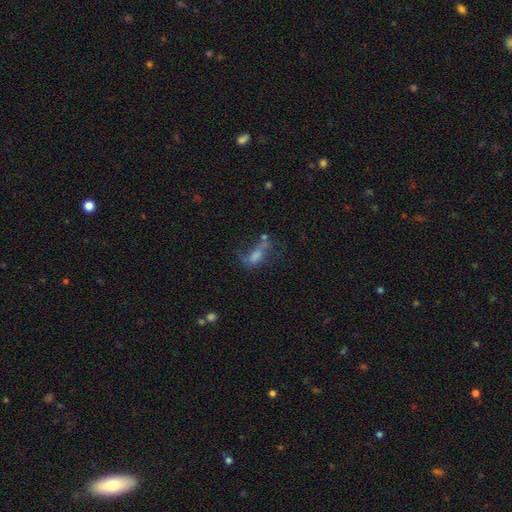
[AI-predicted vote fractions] Smooth or featured? Predicted: smooth (p=0.42). Merging? Predicted: none (p=0.32, tied with major disturbance).